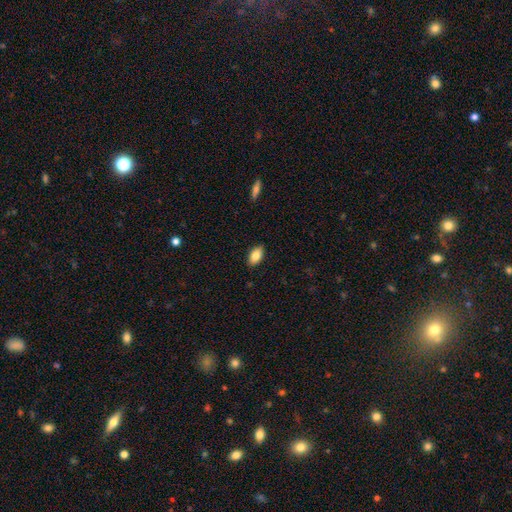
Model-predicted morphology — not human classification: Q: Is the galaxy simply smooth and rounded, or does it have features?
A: smooth — 85%.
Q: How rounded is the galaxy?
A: in between — 92%.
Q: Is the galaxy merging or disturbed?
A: none — 88%.